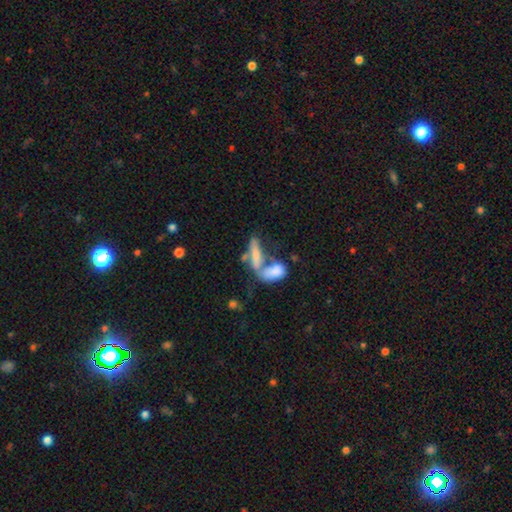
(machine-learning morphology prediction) A smooth galaxy with no disk features (61%) that is in between round and cigar-shaped (56%). Merging: merger (62%).